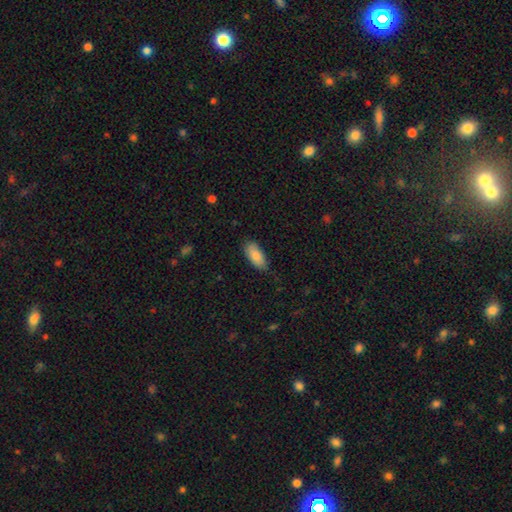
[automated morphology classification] A smooth galaxy with no disk features (84%) that is in between round and cigar-shaped (88%). Merging: none (82%).